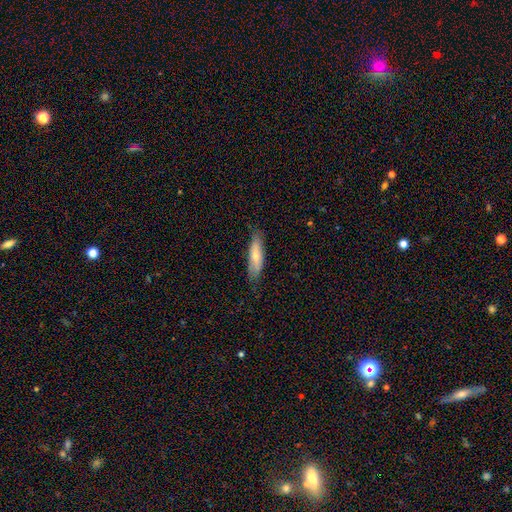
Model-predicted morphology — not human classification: Smooth or featured? Predicted: smooth (p=0.66). How rounded? Predicted: cigar-shaped (p=0.61). Merging? Predicted: none (p=0.78).